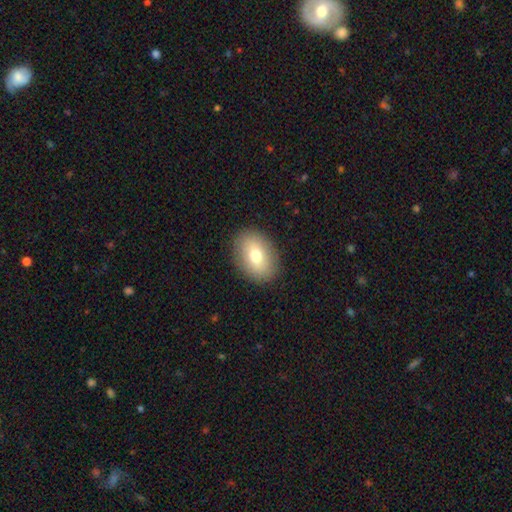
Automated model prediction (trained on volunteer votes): A smooth galaxy with no disk features (72%) that is in between round and cigar-shaped (76%).

Vote fractions:
- Smooth or featured? smooth: 72% / featured or disk: 19% / star or artifact: 9%
- How rounded? in between: 76% / round: 22% / cigar-shaped: 1%
- Merging? none: 88% / minor disturbance: 8% / major disturbance: 3% / merger: 1%